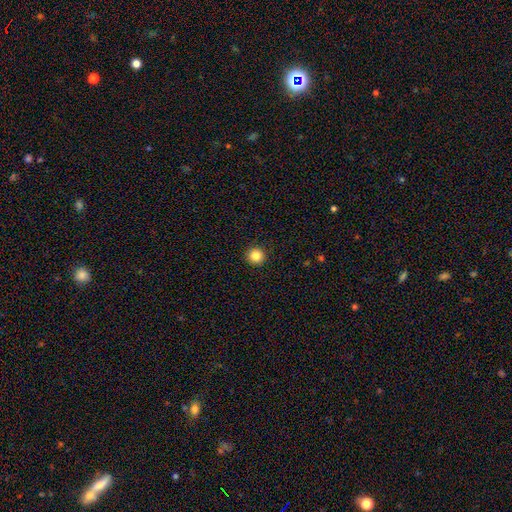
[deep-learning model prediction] This is clearly a smooth galaxy (84%). How rounded: clearly round (95%). Merging: clearly none (93%).